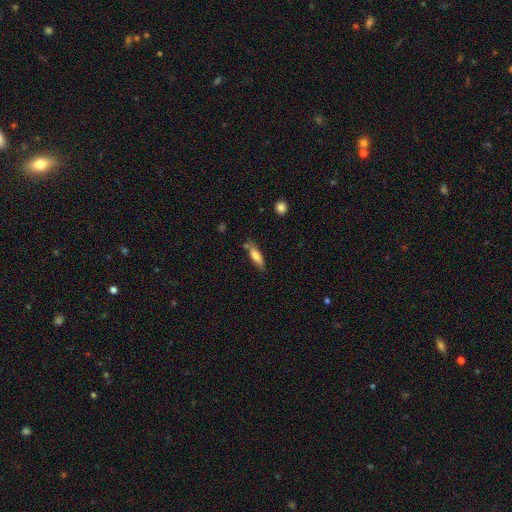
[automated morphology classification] A smooth galaxy with no disk features (70%) that is cigar-shaped (56%). Merging: none (68%).